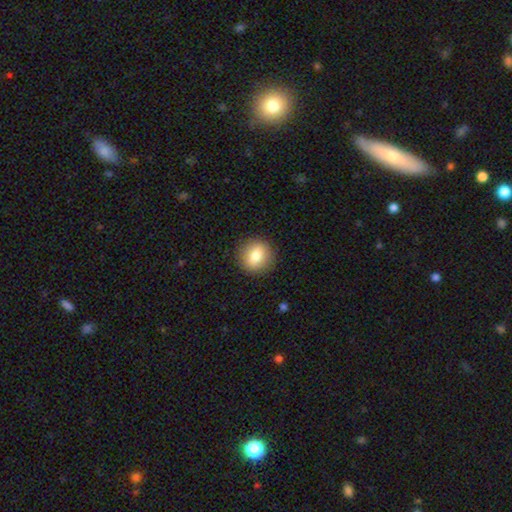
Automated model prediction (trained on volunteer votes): This is clearly a smooth galaxy (80%). How rounded: clearly round (84%). Merging: clearly none (90%).